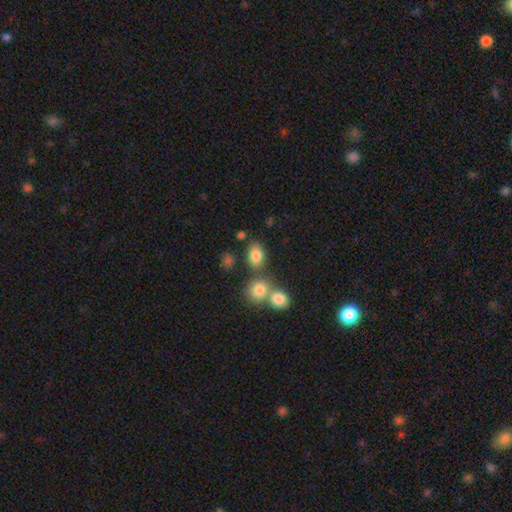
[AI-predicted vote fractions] The model was most divided on "merging": none: 59%, merger: 25%, minor disturbance: 11%, major disturbance: 4%. More confident: smooth or featured — smooth (82%); how rounded — in between (75%).